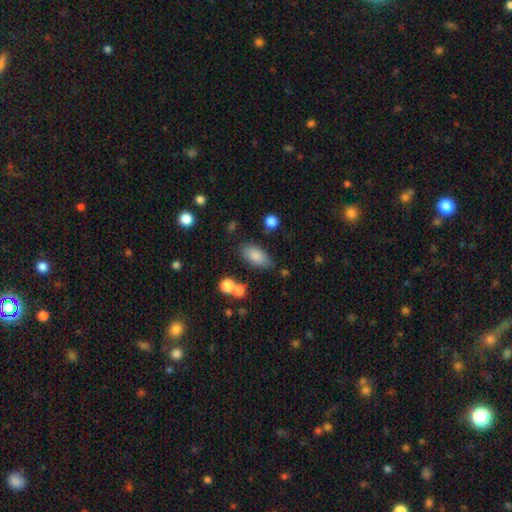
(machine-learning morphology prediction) The model was most divided on "merging": none: 73%, minor disturbance: 17%, merger: 5%, major disturbance: 5%. More confident: how rounded — in between (91%); smooth or featured — smooth (84%).